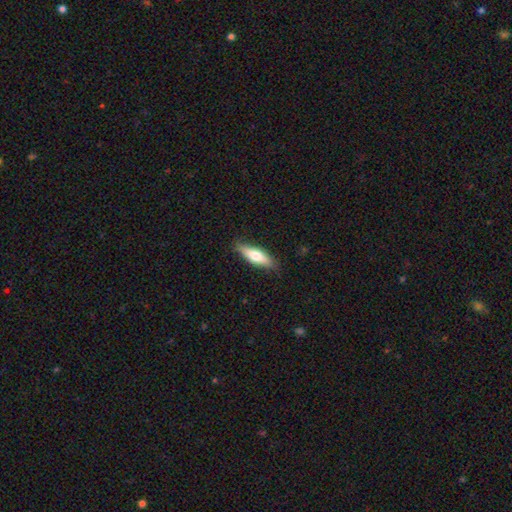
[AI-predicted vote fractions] smooth-or-featured: smooth: 62% | featured or disk: 32% | star or artifact: 6%
  how-rounded: cigar-shaped: 50% | in between: 47% | round: 2%
  merging: none: 85% | minor disturbance: 12% | major disturbance: 2% | merger: 1%